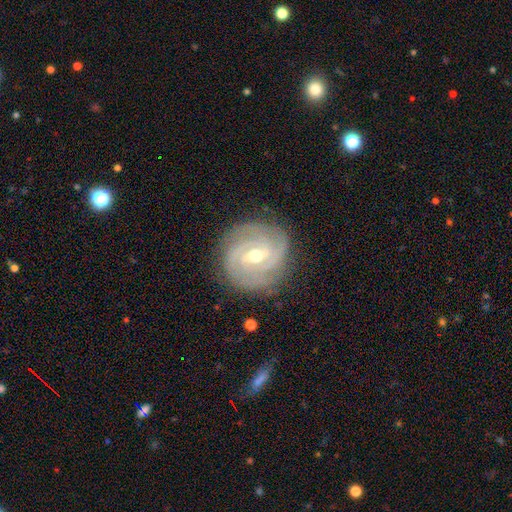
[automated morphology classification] Q: Smooth or featured?
A: featured or disk (87%); runner-up: smooth (7%)
Q: Edge-on disk?
A: no (97%); runner-up: yes (3%)
Q: Bar?
A: weak (52%); runner-up: strong (28%)
Q: Spiral arms?
A: yes (97%); runner-up: no (3%)
Q: Spiral winding?
A: tight (73%); runner-up: medium (23%)
Q: Spiral arm count?
A: 3 (38%); runner-up: 2 (18%)
Q: Bulge size?
A: moderate (58%); runner-up: small (39%)
Q: Merging?
A: none (83%); runner-up: minor disturbance (12%)